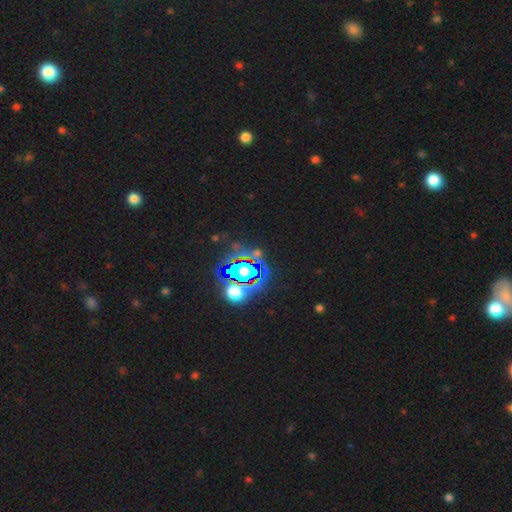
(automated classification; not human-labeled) This appears to be a star or artifact, not a galaxy (76%).